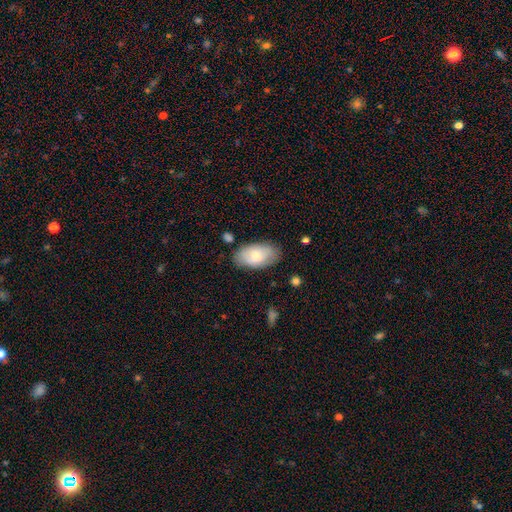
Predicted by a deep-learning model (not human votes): Smooth or featured?
  - smooth: 73% *
  - featured or disk: 21%
  - star or artifact: 6%
How rounded?
  - in between: 94% *
  - round: 4%
  - cigar-shaped: 2%
Merging?
  - none: 78% *
  - minor disturbance: 16%
  - major disturbance: 4%
  - merger: 2%